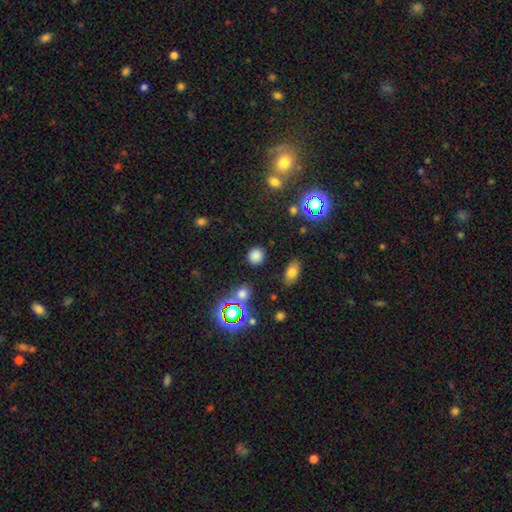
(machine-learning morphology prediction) smooth 76%, star or artifact 19%, featured or disk 5%. Down the decision tree: how rounded — round (85%); merging — none (86%).